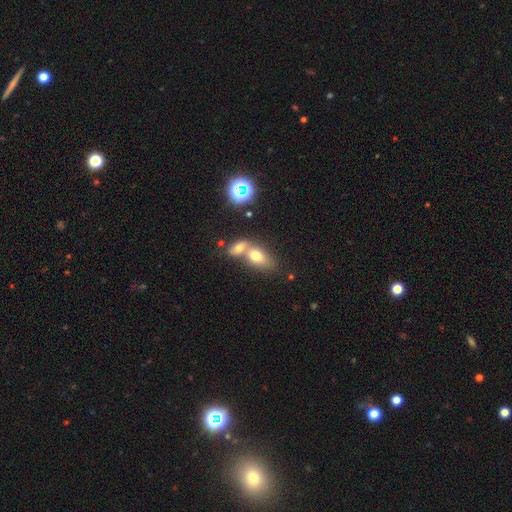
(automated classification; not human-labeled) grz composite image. It shows a smooth galaxy with no disk features (70%) that is in between round and cigar-shaped (79%). Merging: merger (59%).